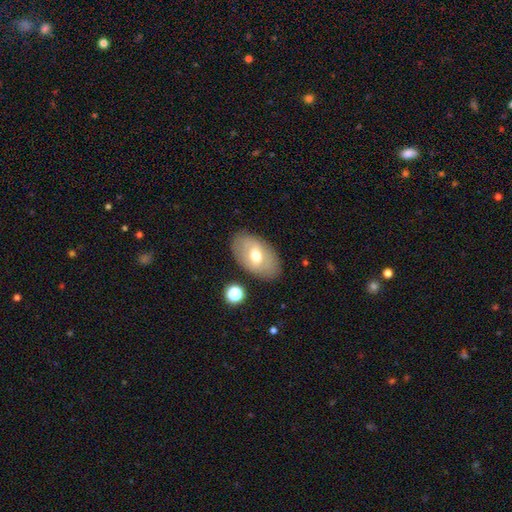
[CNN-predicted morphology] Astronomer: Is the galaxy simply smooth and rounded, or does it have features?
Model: smooth — 58% (runner-up: featured or disk, 35%).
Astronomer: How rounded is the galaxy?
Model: in between — 91%.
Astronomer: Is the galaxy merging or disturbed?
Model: none — 82%.